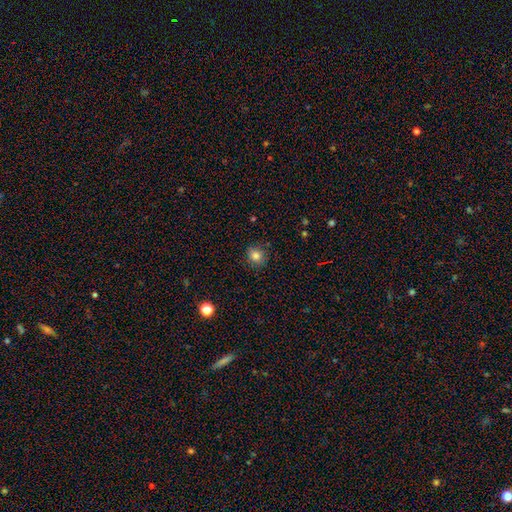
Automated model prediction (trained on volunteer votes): smooth_or_featured: smooth (p=0.82) [alt: star or artifact p=0.12]
how_rounded: round (p=0.80) [alt: in between p=0.19]
merging: none (p=0.84) [alt: minor disturbance p=0.12]